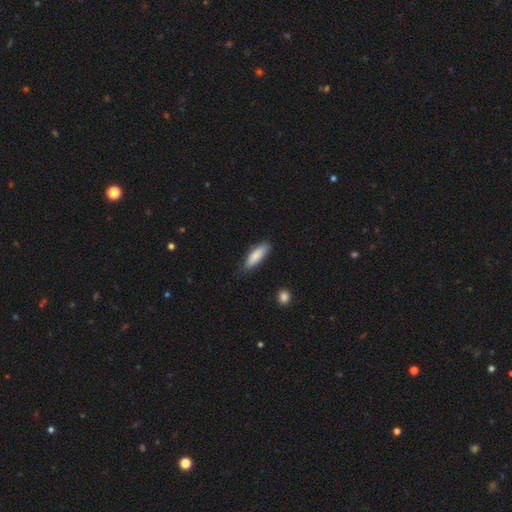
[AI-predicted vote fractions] Morphology: type=smooth (85%); roundness=in between (51%); merging=none (80%).